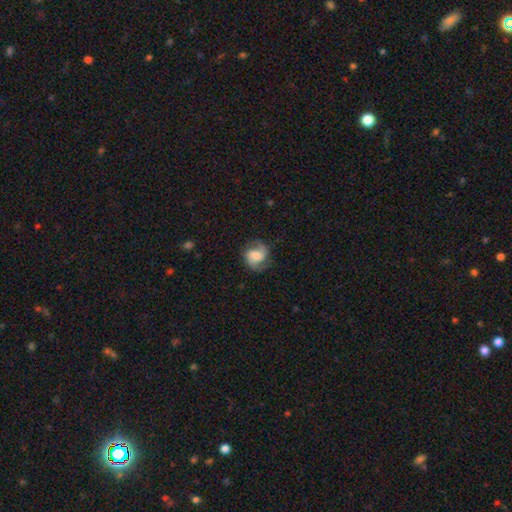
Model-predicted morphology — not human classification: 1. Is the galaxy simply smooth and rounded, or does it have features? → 65% featured or disk, 28% smooth, 8% star or artifact.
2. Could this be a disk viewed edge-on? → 98% no, 2% yes.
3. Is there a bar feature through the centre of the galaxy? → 42% no (tied), 42% weak (tied), 16% strong.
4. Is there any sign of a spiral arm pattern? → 92% yes, 8% no.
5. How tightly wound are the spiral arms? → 48% medium, 28% loose, 24% tight.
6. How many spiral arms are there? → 85% 2, 6% can't tell, 5% 1, 2% 3, 1% 4, 1% more than 4.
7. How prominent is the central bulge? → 44% moderate, 31% small, 14% large, 8% none, 3% dominant.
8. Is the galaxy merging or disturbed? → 72% none, 18% minor disturbance, 9% major disturbance, 1% merger.